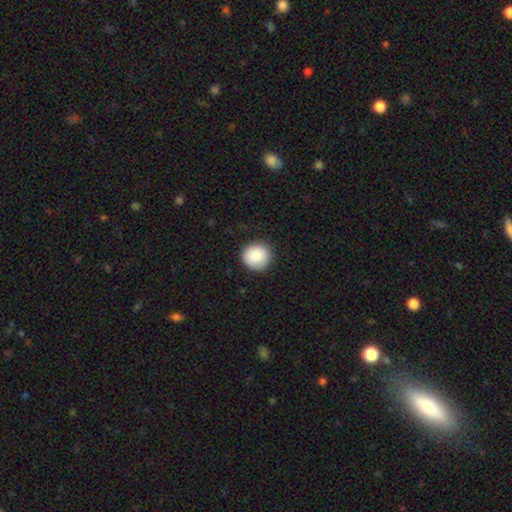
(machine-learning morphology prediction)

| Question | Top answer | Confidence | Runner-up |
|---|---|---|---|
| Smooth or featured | smooth | 87% | star or artifact (8%) |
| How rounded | round | 92% | in between (7%) |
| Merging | none | 88% | minor disturbance (9%) |